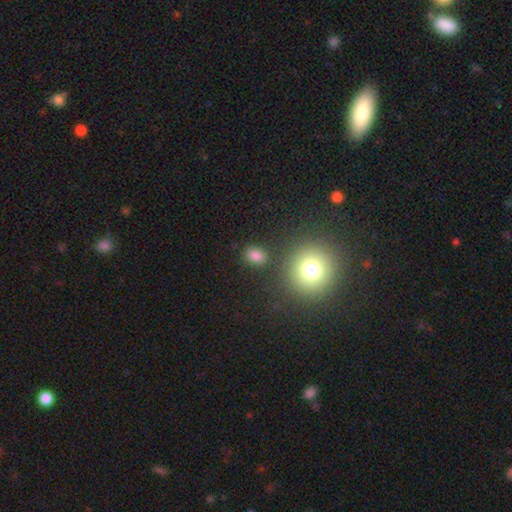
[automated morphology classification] Smooth or featured? smooth (82%)
How rounded? in between (54%)
Merging? none (81%)